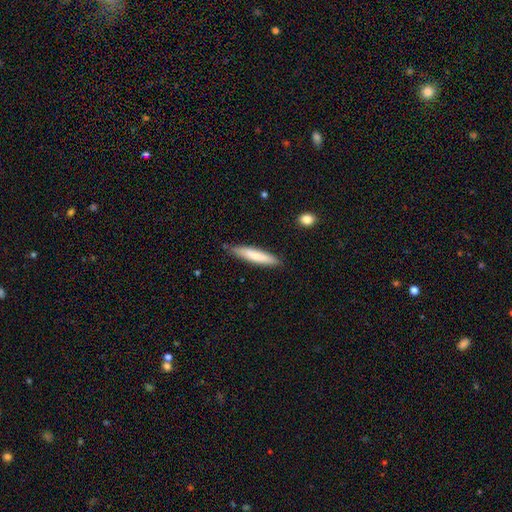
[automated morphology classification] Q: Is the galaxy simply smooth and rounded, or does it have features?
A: smooth — 76%.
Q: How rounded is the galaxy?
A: cigar-shaped — 87%.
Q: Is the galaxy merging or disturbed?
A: none — 82%.